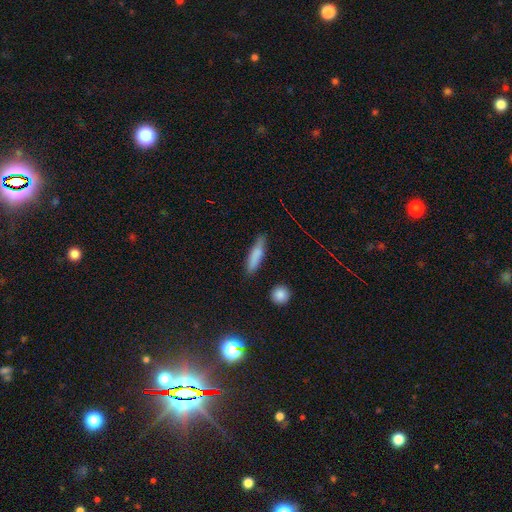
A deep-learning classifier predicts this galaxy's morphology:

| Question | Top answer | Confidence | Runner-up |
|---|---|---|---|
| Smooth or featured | smooth | 80% | featured or disk (13%) |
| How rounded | cigar-shaped | 77% | in between (20%) |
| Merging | none | 80% | minor disturbance (14%) |